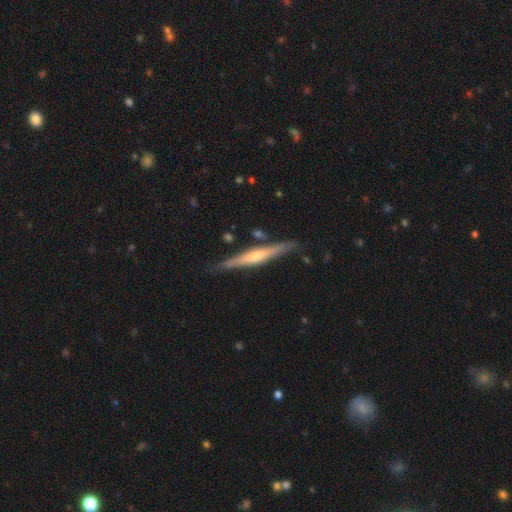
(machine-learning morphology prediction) Q: Smooth or featured?
A: featured or disk (74%); runner-up: smooth (20%)
Q: Edge-on disk?
A: yes (97%); runner-up: no (3%)
Q: Edge-on bulge?
A: rounded (73%); runner-up: none (17%)
Q: Merging?
A: none (85%); runner-up: minor disturbance (11%)